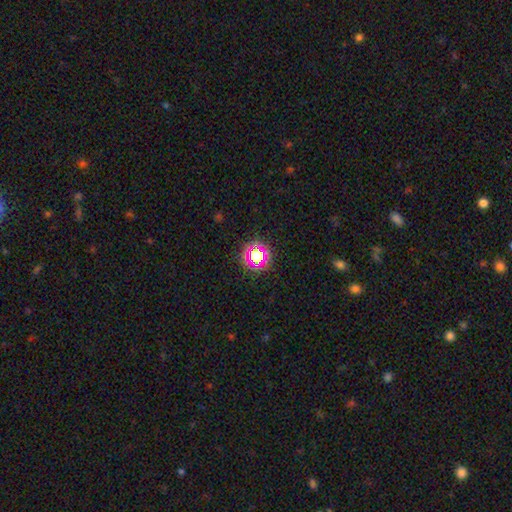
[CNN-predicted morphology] The model was most divided on "smooth or featured": star or artifact: 61%, smooth: 28%, featured or disk: 12%.